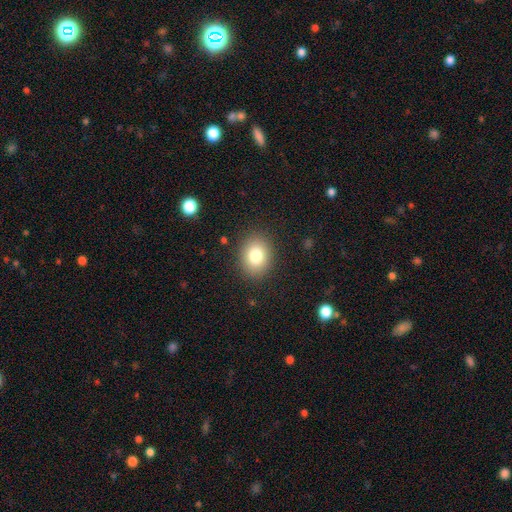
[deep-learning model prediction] Smooth or featured? Predicted: smooth (p=0.81). How rounded? Predicted: round (p=0.50). Merging? Predicted: none (p=0.88).